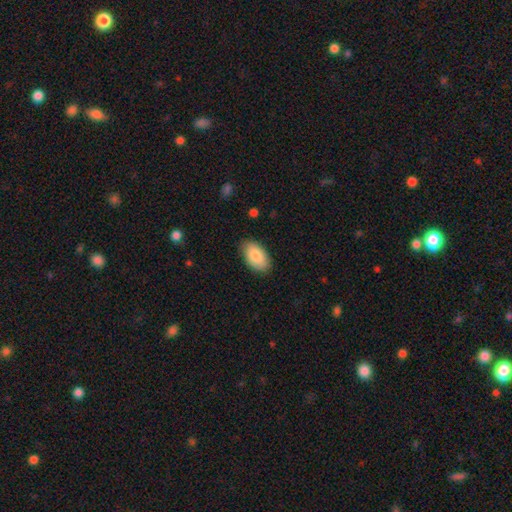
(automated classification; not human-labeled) Smooth or featured? Predicted: smooth (p=0.86). How rounded? Predicted: in between (p=0.95). Merging? Predicted: none (p=0.85).